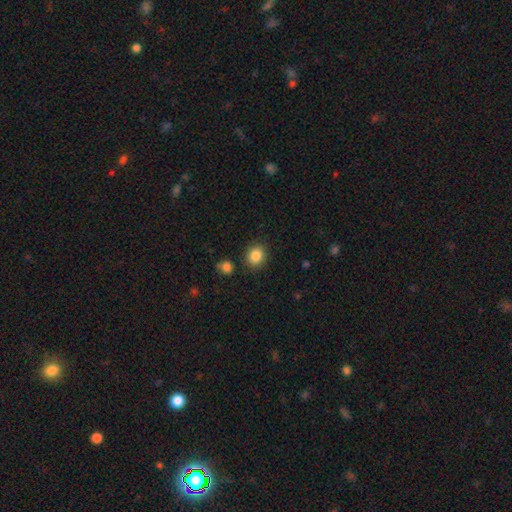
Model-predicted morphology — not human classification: Overall: smooth (86%). How rounded: round (74%). Merging: none (87%).